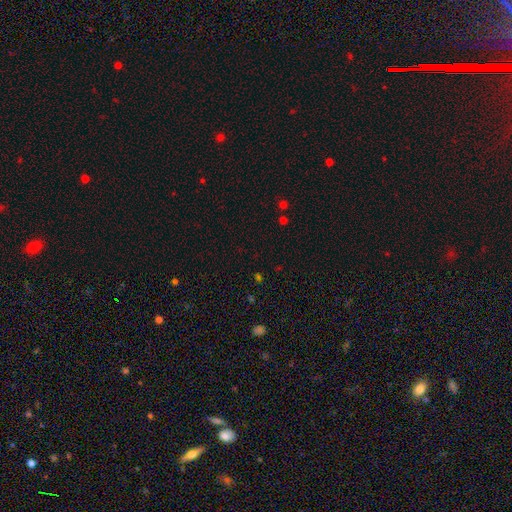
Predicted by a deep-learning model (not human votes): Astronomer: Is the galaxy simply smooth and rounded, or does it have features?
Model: star or artifact — 58% (runner-up: smooth, 35%).